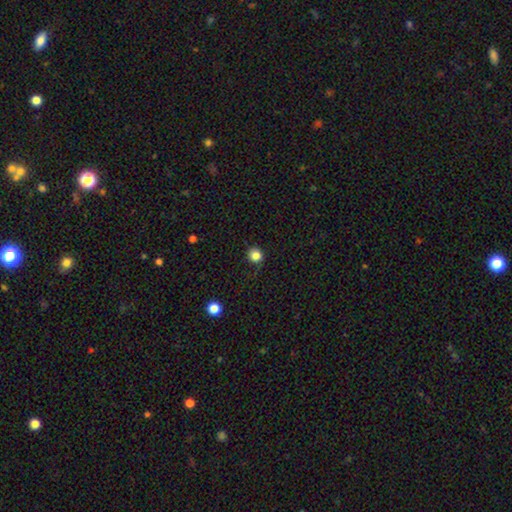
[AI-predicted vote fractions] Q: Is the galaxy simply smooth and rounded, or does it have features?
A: smooth — 83%.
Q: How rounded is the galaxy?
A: round — 89%.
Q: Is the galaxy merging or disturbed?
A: none — 85%.